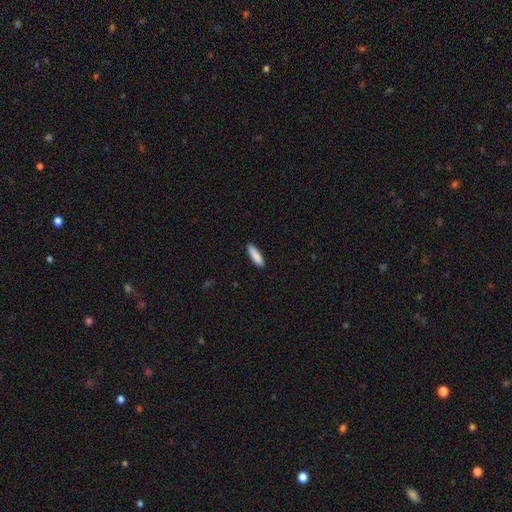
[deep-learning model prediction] A smooth galaxy with no disk features (88%) that is cigar-shaped (59%). Merging: none (87%).